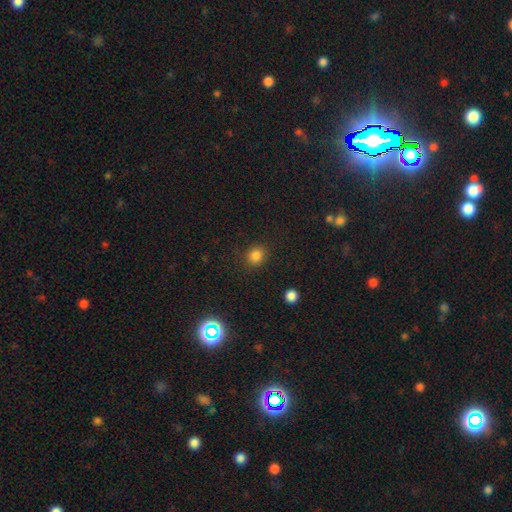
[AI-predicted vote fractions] A smooth galaxy with no disk features (82%) that is round (84%).

Vote fractions:
- Smooth or featured? smooth: 82% / star or artifact: 14% / featured or disk: 4%
- How rounded? round: 84% / in between: 15% / cigar-shaped: 1%
- Merging? none: 87% / minor disturbance: 9% / major disturbance: 3% / merger: 2%